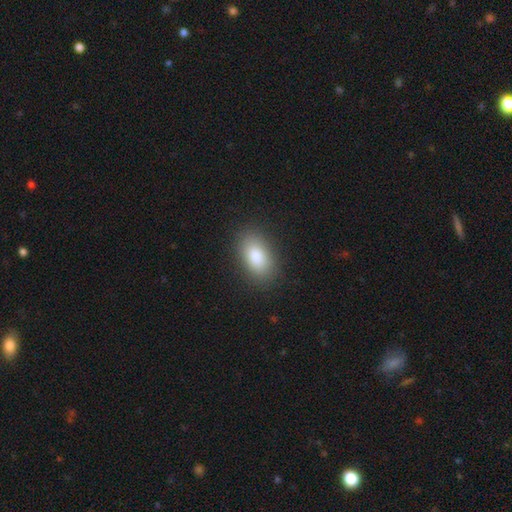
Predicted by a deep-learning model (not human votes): Morphology: type=smooth (83%); roundness=in between (90%); merging=none (88%).